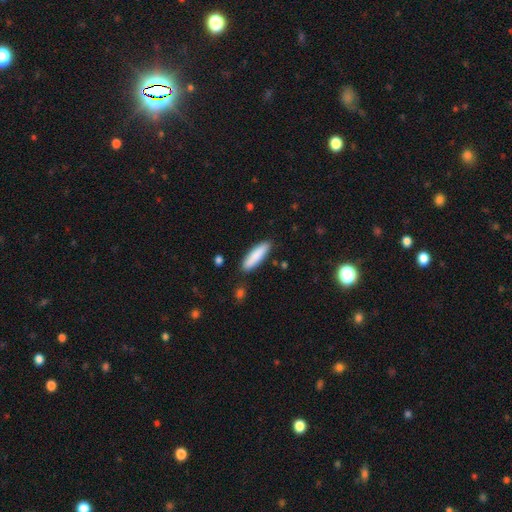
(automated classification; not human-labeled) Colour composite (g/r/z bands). It shows a smooth galaxy with no disk features (86%) that is cigar-shaped (66%). Merging: none (88%).